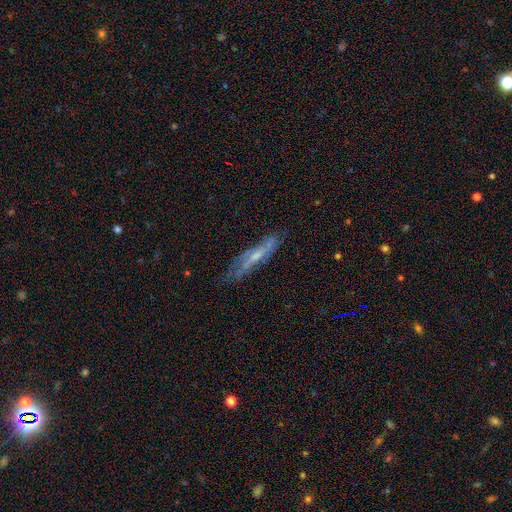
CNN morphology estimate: Smooth or featured? Predicted: featured or disk (p=0.63). Edge-on disk? Predicted: yes (p=0.58). Merging? Predicted: none (p=0.67).